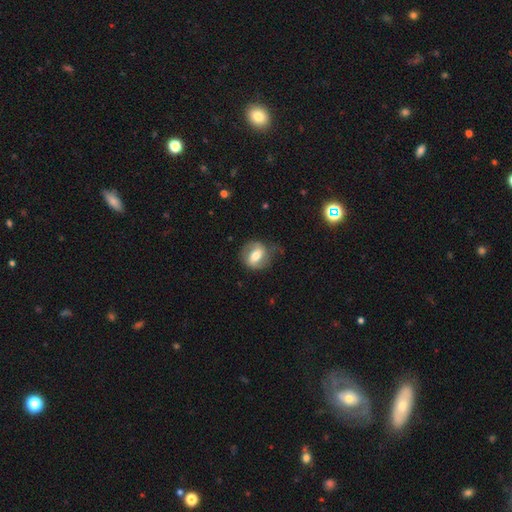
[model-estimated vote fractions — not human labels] Q: Smooth or featured?
A: featured or disk (48%); runner-up: smooth (45%)
Q: Merging?
A: none (63%); runner-up: minor disturbance (23%)